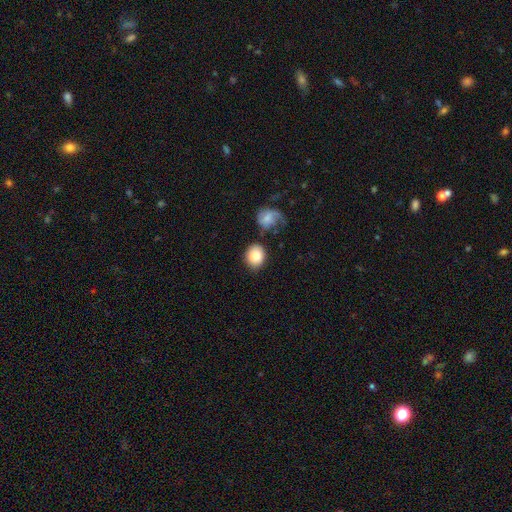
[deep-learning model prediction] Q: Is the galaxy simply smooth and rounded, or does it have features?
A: smooth — 85%.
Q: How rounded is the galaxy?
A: round — 65%.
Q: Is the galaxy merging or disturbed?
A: none — 68%.